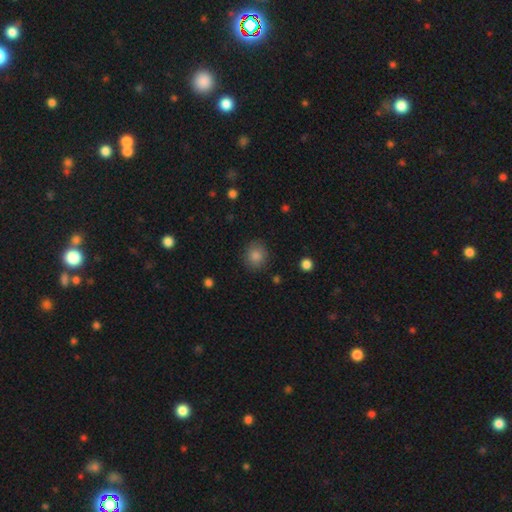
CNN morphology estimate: smooth_or_featured: smooth (p=0.83) [alt: star or artifact p=0.10]
how_rounded: round (p=0.82) [alt: in between p=0.17]
merging: none (p=0.88) [alt: minor disturbance p=0.08]